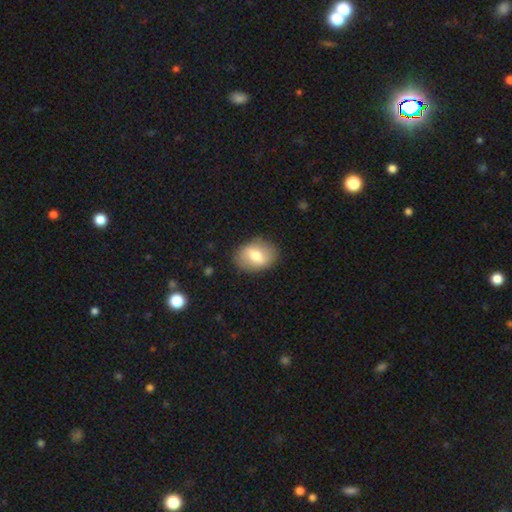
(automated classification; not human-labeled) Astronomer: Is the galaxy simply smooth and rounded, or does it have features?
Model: smooth — 68%.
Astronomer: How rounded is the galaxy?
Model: in between — 75%.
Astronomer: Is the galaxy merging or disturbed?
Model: none — 84%.